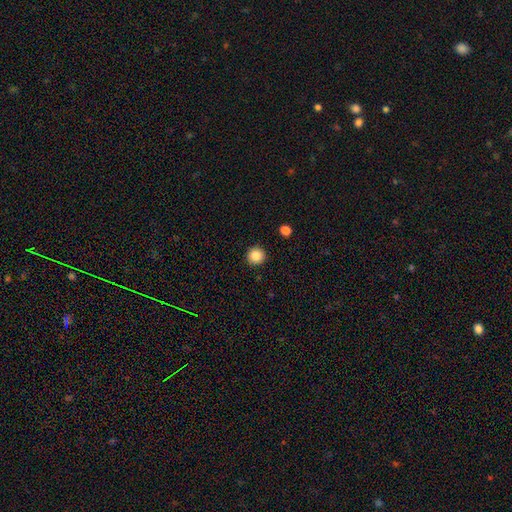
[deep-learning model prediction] smooth-or-featured: smooth: 86% | star or artifact: 10% | featured or disk: 5%
  how-rounded: round: 95% | in between: 4% | cigar-shaped: 1%
  merging: none: 92% | minor disturbance: 5% | major disturbance: 2% | merger: 1%